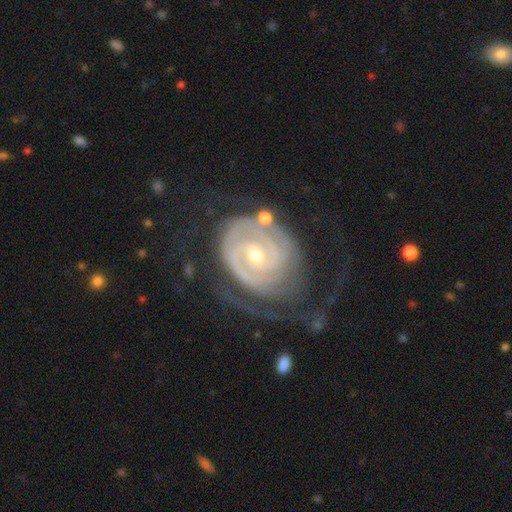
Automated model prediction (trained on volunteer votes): Overall: featured or disk (90%). Edge-on disk: no (97%). Bar: no (42%; weak 41%). Spiral arms: yes (97%). Spiral arm count: 2 (50%; can't tell 22%). Spiral winding: tight (79%). Bulge size: small (59%; moderate 38%). Merging: none (51%; major disturbance 23%).